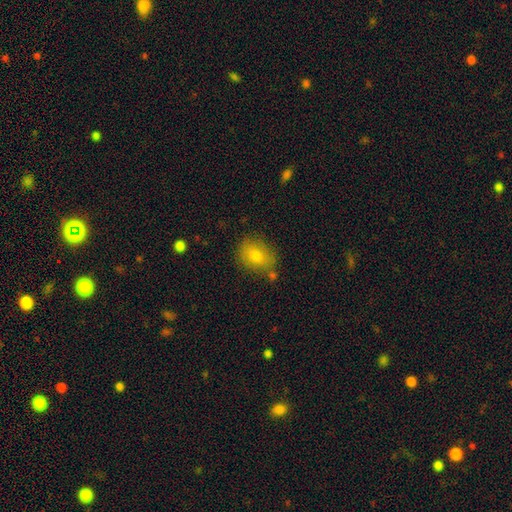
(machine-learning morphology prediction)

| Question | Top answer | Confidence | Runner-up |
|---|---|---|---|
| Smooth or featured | smooth | 76% | featured or disk (14%) |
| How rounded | in between | 52% | round (47%) |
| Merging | none | 74% | minor disturbance (16%) |